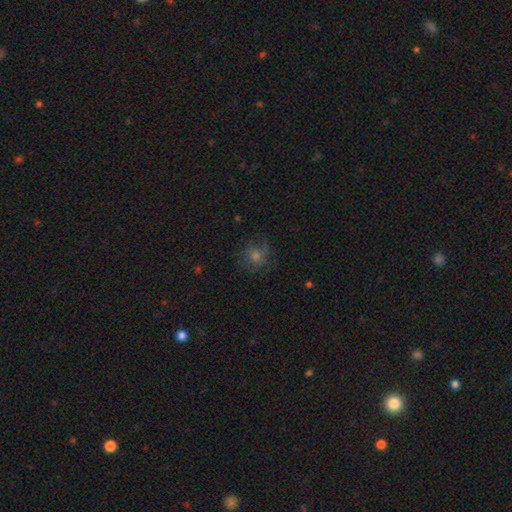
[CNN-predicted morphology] smooth_or_featured: smooth (p=0.51) [alt: featured or disk p=0.26]
how_rounded: round (p=0.86) [alt: in between p=0.13]
merging: none (p=0.73) [alt: minor disturbance p=0.16]